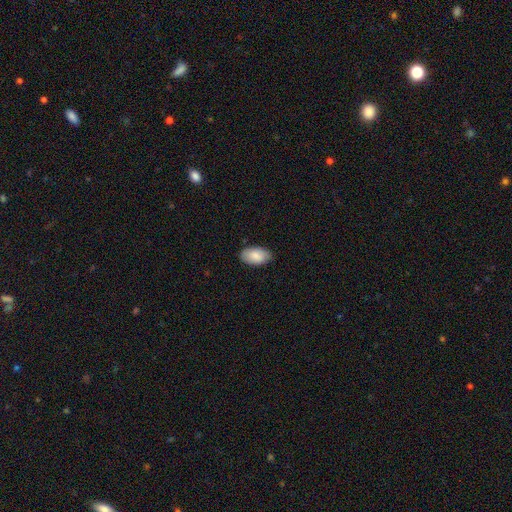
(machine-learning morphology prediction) Smooth or featured? Predicted: smooth (p=0.86). How rounded? Predicted: in between (p=0.95). Merging? Predicted: none (p=0.84).